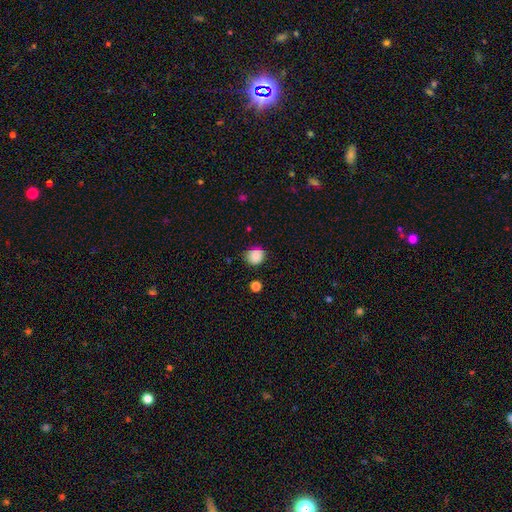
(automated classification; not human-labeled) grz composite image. It shows a smooth galaxy with no disk features (85%) that is round (82%). Merging: none (73%).